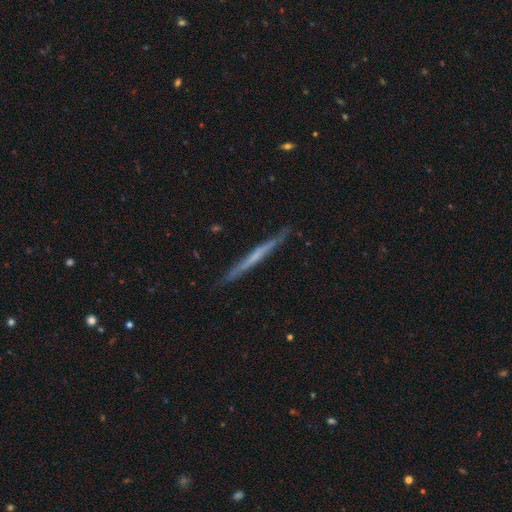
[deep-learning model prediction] Smooth or featured? featured or disk (55%)
Edge-on disk? yes (97%)
Edge-on bulge? none (87%)
Merging? none (89%)